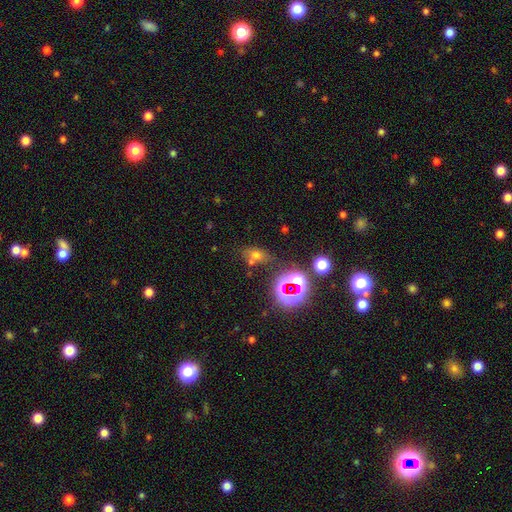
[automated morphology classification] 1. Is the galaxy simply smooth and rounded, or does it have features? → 55% smooth, 32% star or artifact, 14% featured or disk.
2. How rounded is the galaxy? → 63% in between, 32% round, 5% cigar-shaped.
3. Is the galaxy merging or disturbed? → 61% none, 17% merger, 15% minor disturbance, 7% major disturbance.